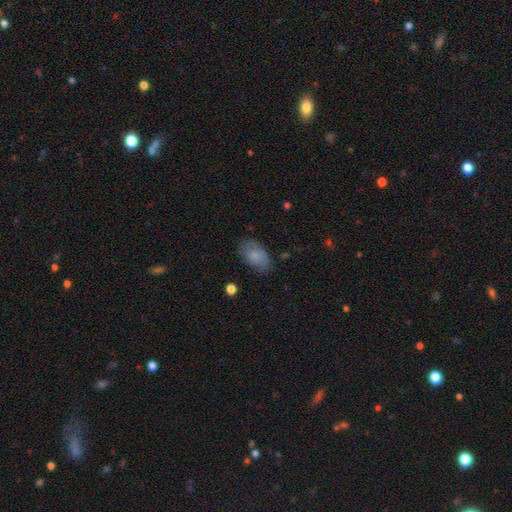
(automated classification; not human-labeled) Q: Smooth or featured?
A: smooth (78%); runner-up: featured or disk (15%)
Q: How rounded?
A: in between (92%); runner-up: round (7%)
Q: Merging?
A: none (71%); runner-up: minor disturbance (21%)